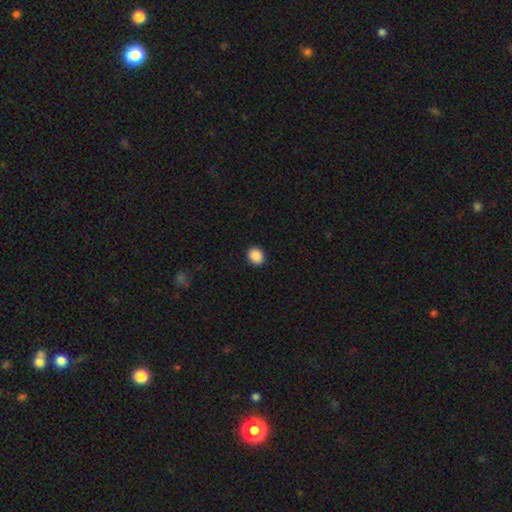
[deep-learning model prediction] Q: Smooth or featured?
A: smooth (89%); runner-up: star or artifact (9%)
Q: How rounded?
A: round (68%); runner-up: in between (31%)
Q: Merging?
A: none (92%); runner-up: minor disturbance (5%)